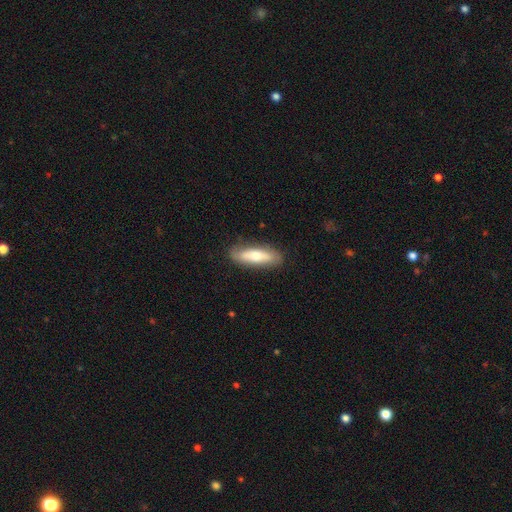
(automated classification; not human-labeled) The model was most divided on "how rounded": cigar-shaped: 53%, in between: 45%, round: 2%. More confident: merging — none (84%); smooth or featured — smooth (59%).